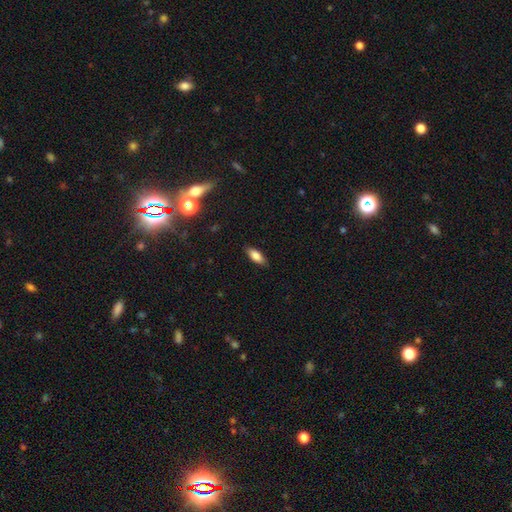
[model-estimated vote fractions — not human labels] smooth 82%, featured or disk 10%, star or artifact 8%. Down the decision tree: how rounded — in between (77%); merging — none (86%).